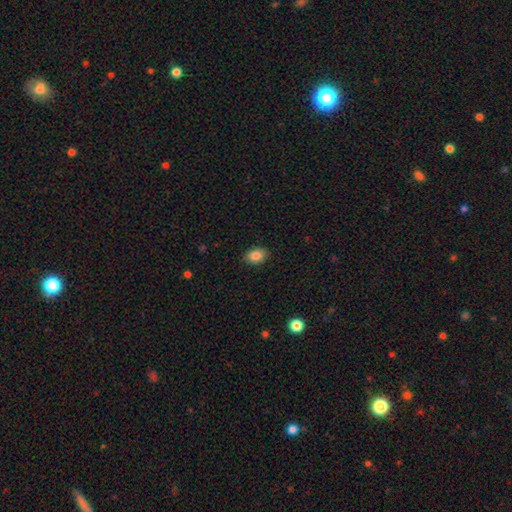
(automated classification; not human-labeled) Smooth or featured? Predicted: smooth (p=0.86). How rounded? Predicted: in between (p=0.77). Merging? Predicted: none (p=0.88).